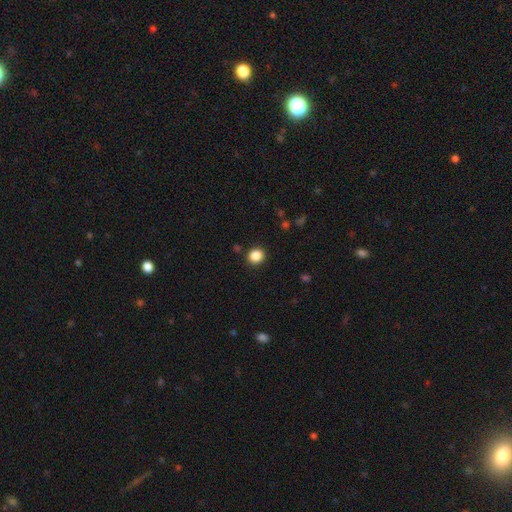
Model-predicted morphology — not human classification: The model was most divided on "how rounded": round: 83%, in between: 16%, cigar-shaped: 1%. More confident: merging — none (90%); smooth or featured — smooth (86%).